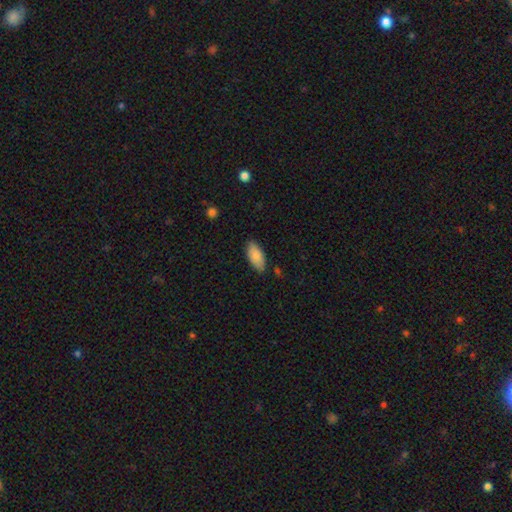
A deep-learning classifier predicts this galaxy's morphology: This appears to be a smooth galaxy with no disk features (85%) that is in between round and cigar-shaped (90%). Merging: none (83%).